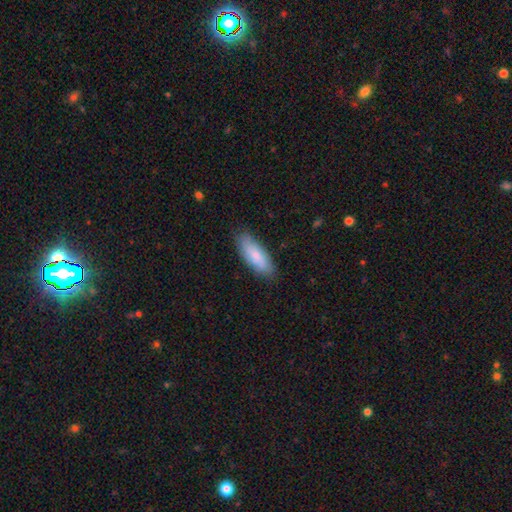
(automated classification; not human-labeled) This is clearly a smooth galaxy (83%). How rounded: likely in between (65%). Merging: clearly none (84%).